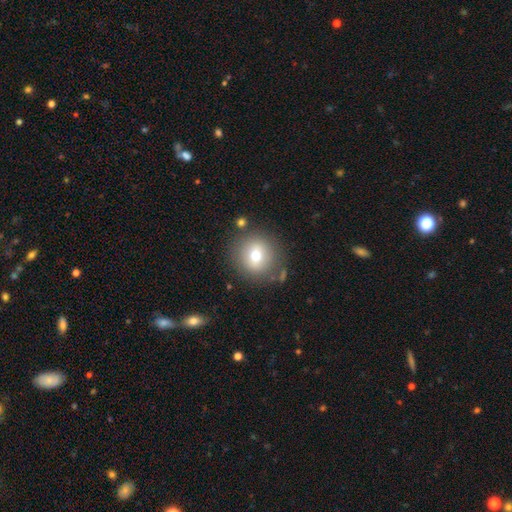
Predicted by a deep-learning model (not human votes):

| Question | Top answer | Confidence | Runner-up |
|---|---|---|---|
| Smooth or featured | smooth | 69% | featured or disk (20%) |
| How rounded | round | 91% | in between (8%) |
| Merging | none | 82% | minor disturbance (10%) |